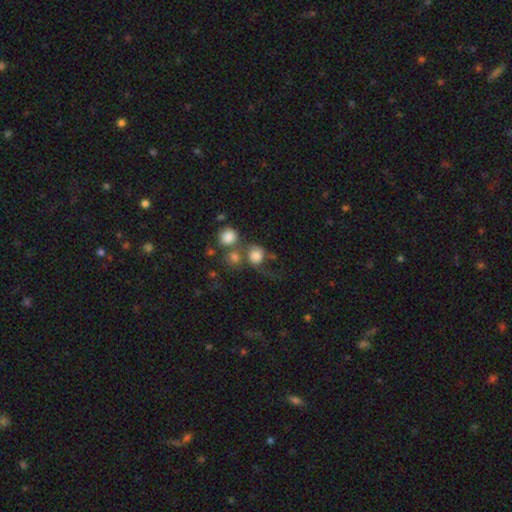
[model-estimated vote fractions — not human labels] smooth 72%, featured or disk 17%, star or artifact 11%. Down the decision tree: how rounded — round (76%); merging — merger (37%).